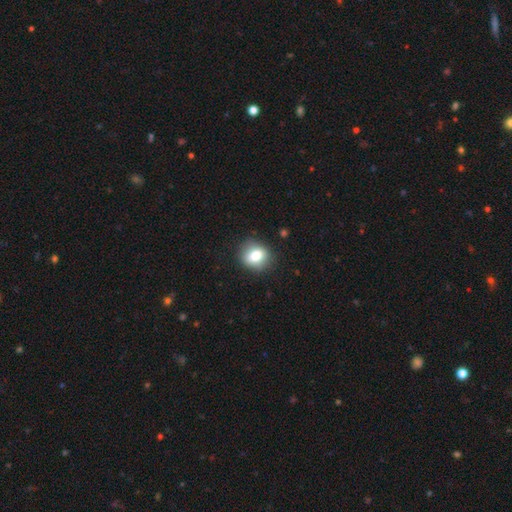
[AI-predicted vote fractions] A smooth galaxy with no disk features (79%) that is round (69%). Merging: none (86%).